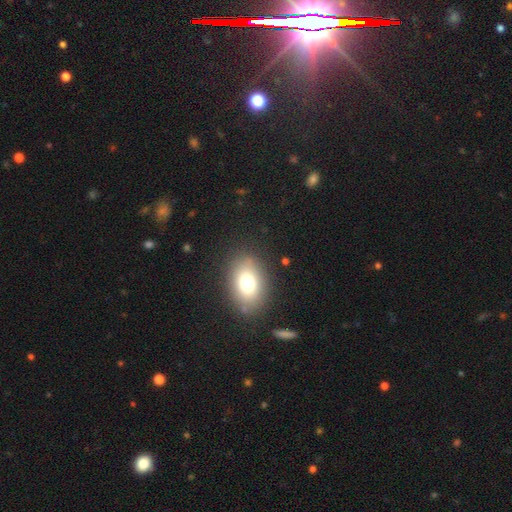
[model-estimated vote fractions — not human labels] smooth_or_featured: smooth (p=0.69) [alt: star or artifact p=0.17]
how_rounded: in between (p=0.85) [alt: round p=0.13]
merging: none (p=0.88) [alt: minor disturbance p=0.08]